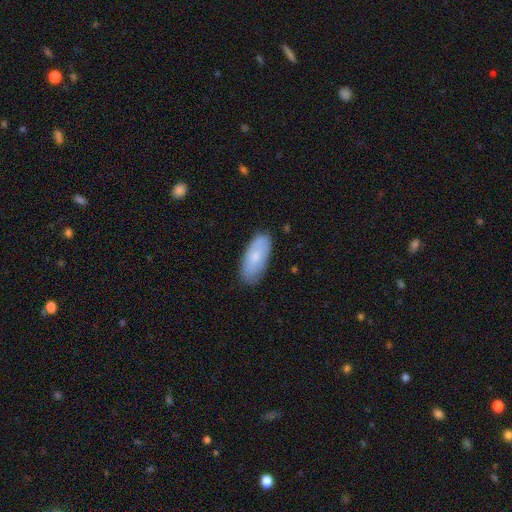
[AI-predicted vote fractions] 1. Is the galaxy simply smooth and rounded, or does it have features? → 74% smooth, 20% featured or disk, 6% star or artifact.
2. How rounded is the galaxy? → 88% in between, 10% cigar-shaped, 2% round.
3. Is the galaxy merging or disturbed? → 82% none, 15% minor disturbance, 3% major disturbance, 1% merger.